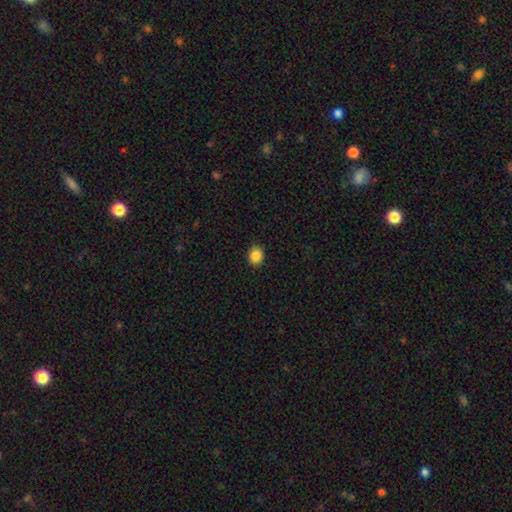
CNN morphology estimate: This appears to be a smooth galaxy with no disk features (86%) that is round (55%). Merging: none (90%).